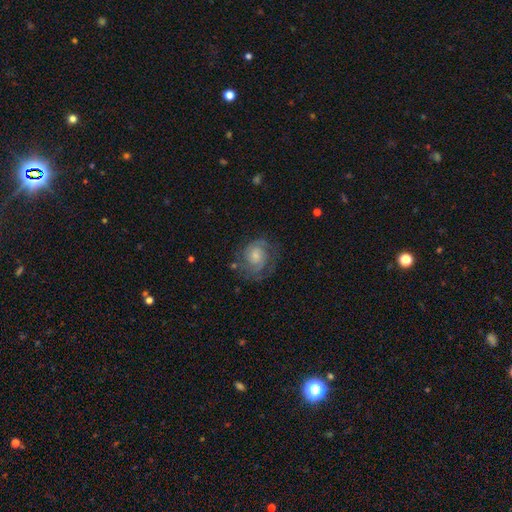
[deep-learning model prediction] featured or disk 70%, smooth 22%, star or artifact 7%. Down the decision tree: edge-on disk — no (98%); bar — no (68%); spiral arms — yes (91%); spiral arm count — 2 (52%); spiral winding — tight (54%); bulge size — small (48%); merging — none (65%).